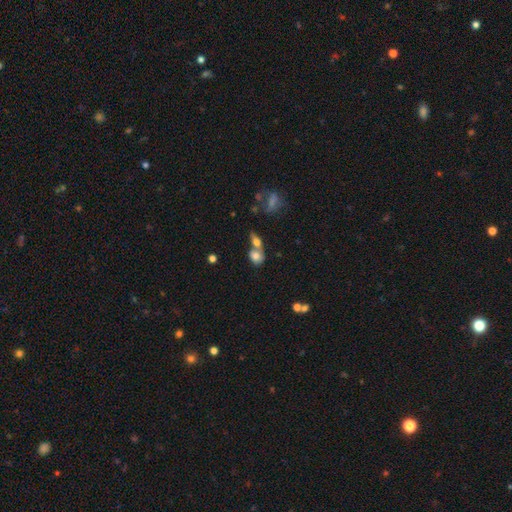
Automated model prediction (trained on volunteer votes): Overall: smooth (76%). How rounded: in between (50%; round 47%). Merging: merger (54%; none 32%).